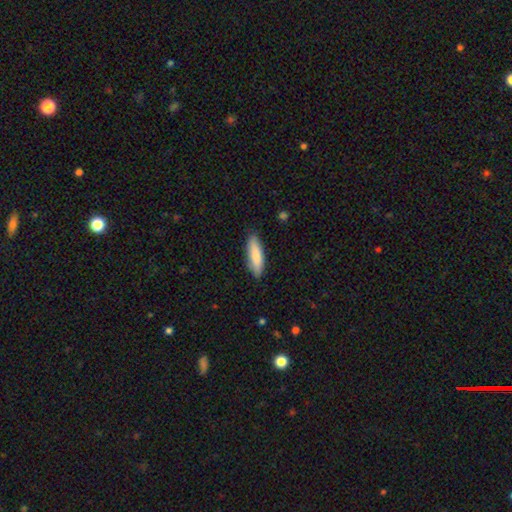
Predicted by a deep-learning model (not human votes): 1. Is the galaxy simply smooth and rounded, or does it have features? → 83% smooth, 12% featured or disk, 5% star or artifact.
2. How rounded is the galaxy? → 51% cigar-shaped, 48% in between, 1% round.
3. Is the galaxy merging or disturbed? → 82% none, 14% minor disturbance, 2% major disturbance, 1% merger.